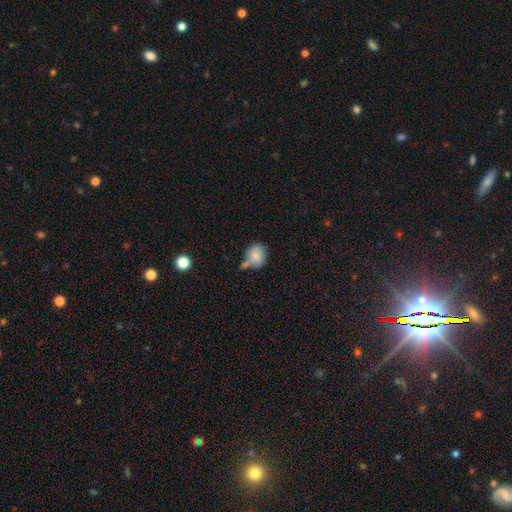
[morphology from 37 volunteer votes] This is clearly a smooth galaxy (89%). How rounded: clearly round (85%). Merging: possibly none (54%).